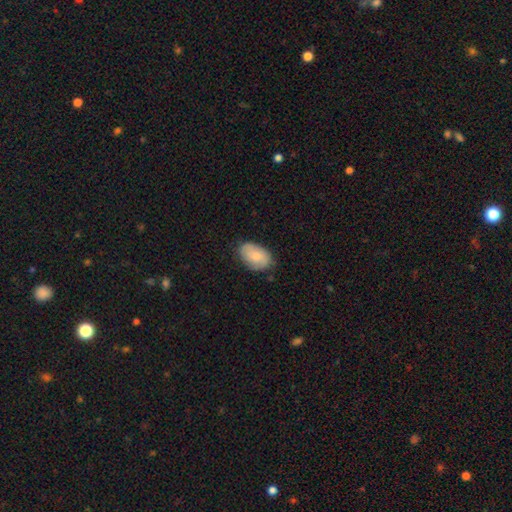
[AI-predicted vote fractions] smooth 73%, featured or disk 21%, star or artifact 6%. Down the decision tree: how rounded — in between (89%); merging — none (74%).